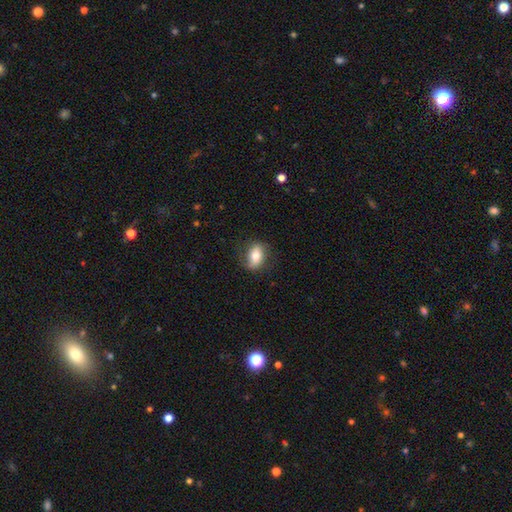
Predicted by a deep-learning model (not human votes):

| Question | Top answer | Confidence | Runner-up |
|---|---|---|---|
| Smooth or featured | smooth | 68% | featured or disk (25%) |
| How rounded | in between | 80% | round (16%) |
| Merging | none | 76% | minor disturbance (17%) |